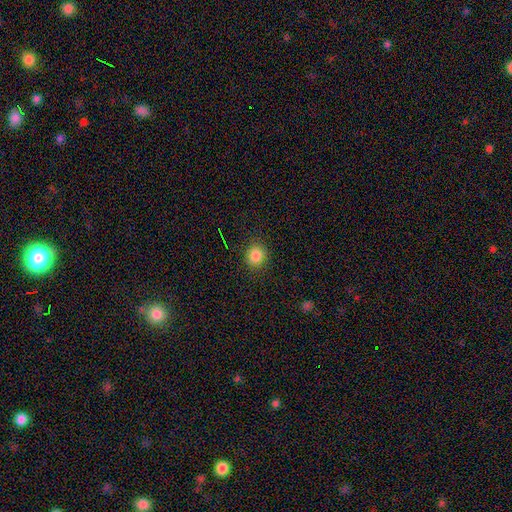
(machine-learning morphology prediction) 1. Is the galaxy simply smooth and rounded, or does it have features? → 84% smooth, 11% star or artifact, 5% featured or disk.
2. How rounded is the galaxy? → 85% round, 14% in between, 1% cigar-shaped.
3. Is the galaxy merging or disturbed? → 89% none, 8% minor disturbance, 2% major disturbance, 1% merger.